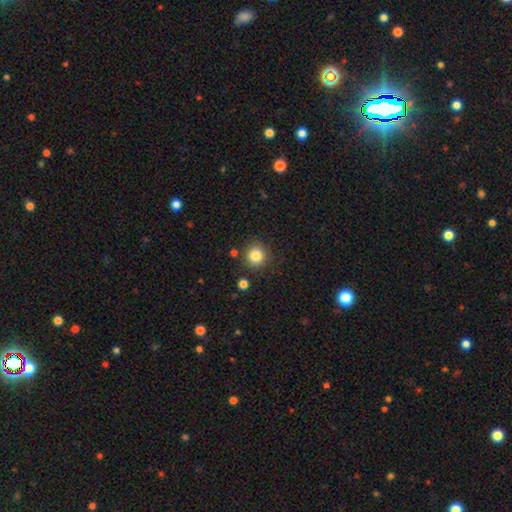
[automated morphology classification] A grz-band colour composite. It shows a smooth galaxy with no disk features (84%) that is round (91%). Merging: none (86%).